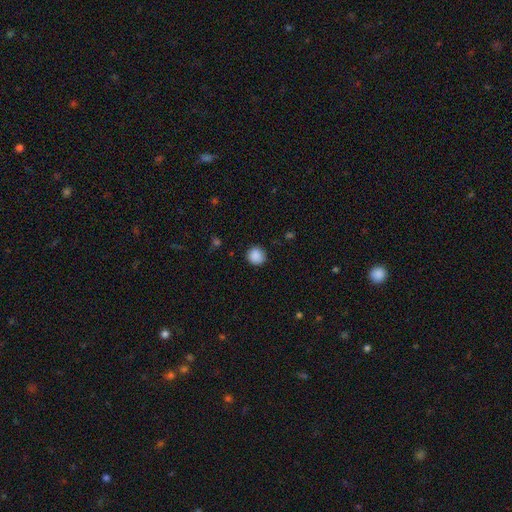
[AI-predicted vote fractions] This appears to be a smooth galaxy with no disk features (88%) that is round (91%). Merging: none (89%).